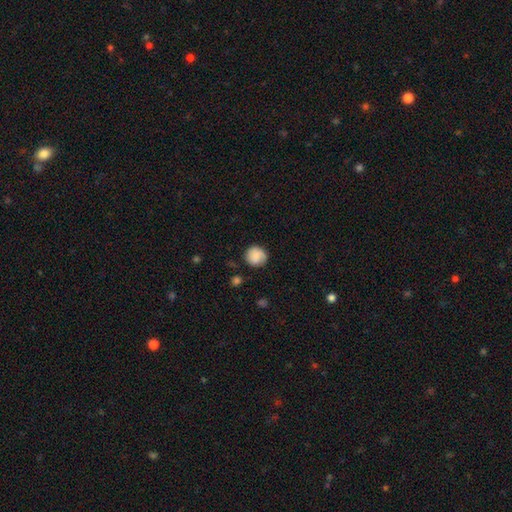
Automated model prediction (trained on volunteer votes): Q: Smooth or featured?
A: smooth (80%); runner-up: featured or disk (12%)
Q: How rounded?
A: round (89%); runner-up: in between (10%)
Q: Merging?
A: none (78%); runner-up: minor disturbance (16%)